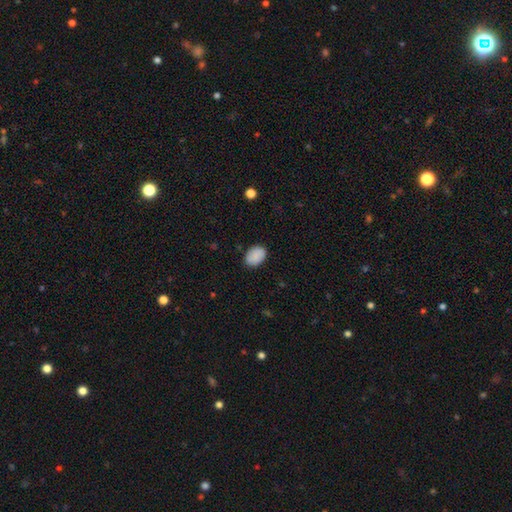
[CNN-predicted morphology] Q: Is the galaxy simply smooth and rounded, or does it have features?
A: smooth — 85%.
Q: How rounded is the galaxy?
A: in between — 79%.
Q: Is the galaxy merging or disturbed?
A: none — 82%.